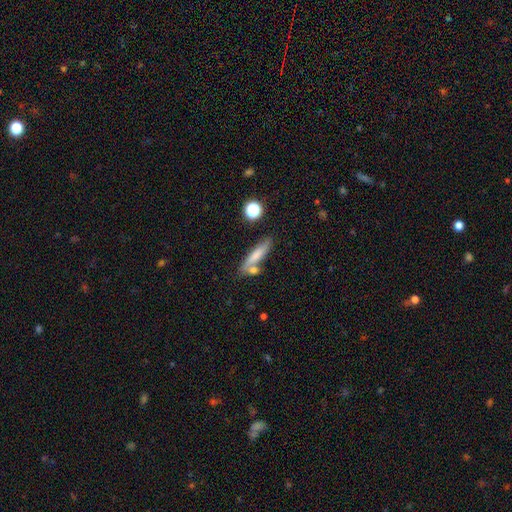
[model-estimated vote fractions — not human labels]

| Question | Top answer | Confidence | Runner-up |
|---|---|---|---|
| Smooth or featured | smooth | 70% | featured or disk (22%) |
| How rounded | cigar-shaped | 73% | in between (23%) |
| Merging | none | 63% | merger (17%) |